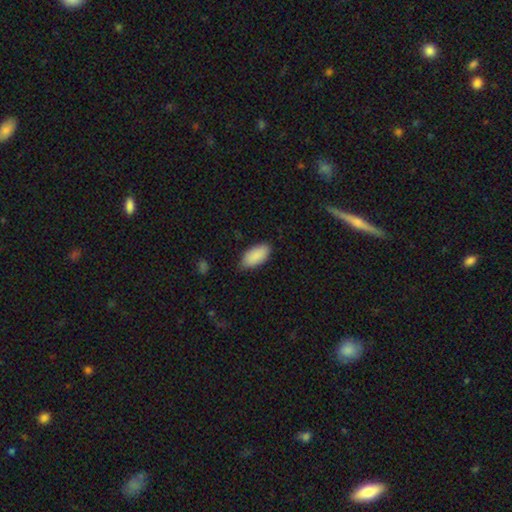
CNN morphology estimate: smooth 90%, star or artifact 6%, featured or disk 4%. Down the decision tree: how rounded — in between (94%); merging — none (77%).